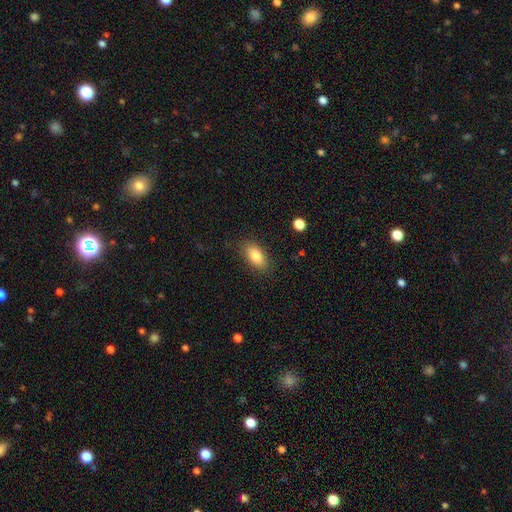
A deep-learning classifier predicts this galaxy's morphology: This appears to be a smooth galaxy with no disk features (83%) that is in between round and cigar-shaped (90%). Merging: none (82%).